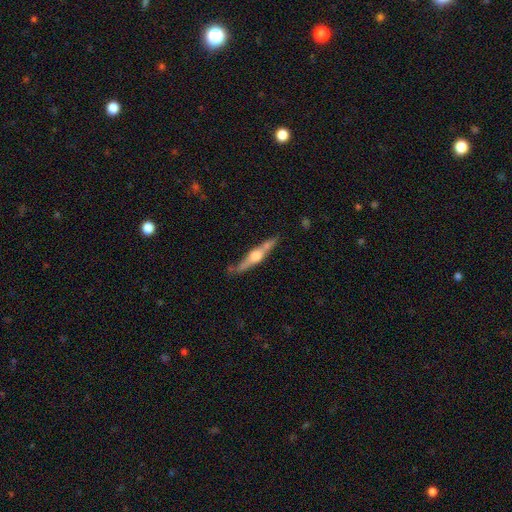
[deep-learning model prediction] Q: Smooth or featured?
A: featured or disk (75%); runner-up: smooth (19%)
Q: Edge-on disk?
A: yes (96%); runner-up: no (4%)
Q: Edge-on bulge?
A: rounded (91%); runner-up: boxy (6%)
Q: Merging?
A: none (74%); runner-up: minor disturbance (16%)